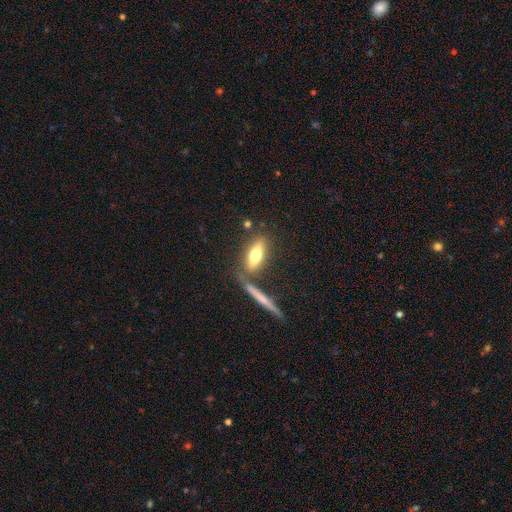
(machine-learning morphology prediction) type=smooth (61%); roundness=in between (57%); merging=none (66%).